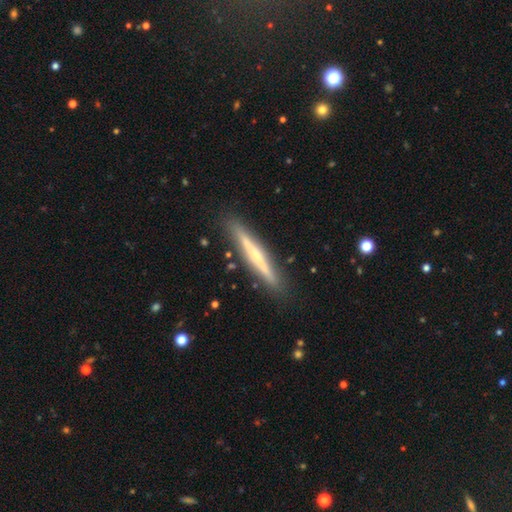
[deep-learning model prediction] This appears to be a featured or disk galaxy (55%) viewed edge-on (97%) with no central bulge (58%). Merging: none (89%).